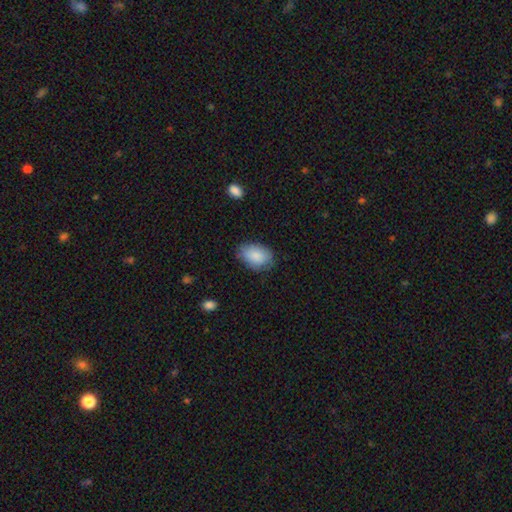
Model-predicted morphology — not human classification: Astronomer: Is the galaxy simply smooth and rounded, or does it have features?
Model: smooth — 88%.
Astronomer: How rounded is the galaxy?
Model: in between — 86%.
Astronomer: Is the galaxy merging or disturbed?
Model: none — 75%.